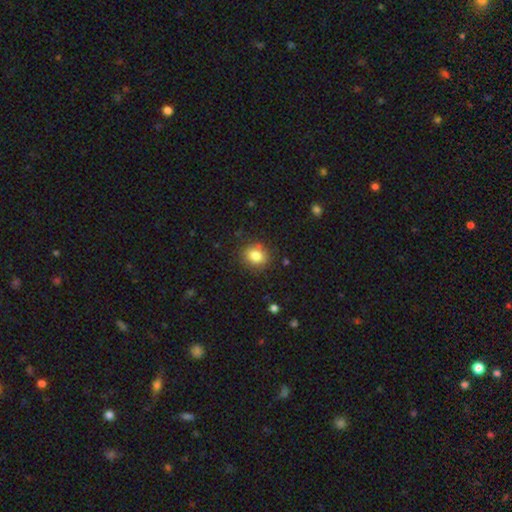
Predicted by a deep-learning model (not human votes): Q: Smooth or featured?
A: smooth (82%); runner-up: star or artifact (11%)
Q: How rounded?
A: round (69%); runner-up: in between (31%)
Q: Merging?
A: none (85%); runner-up: minor disturbance (10%)